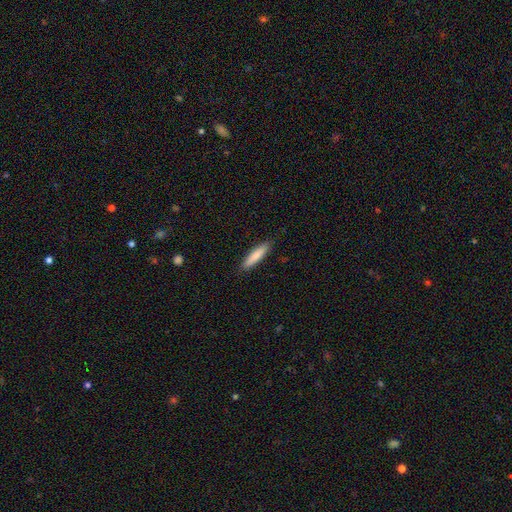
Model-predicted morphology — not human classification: smooth 79%, featured or disk 15%, star or artifact 5%. Down the decision tree: how rounded — cigar-shaped (83%); merging — none (89%).